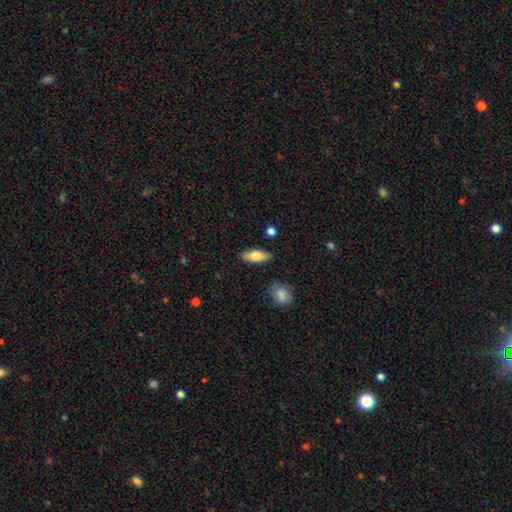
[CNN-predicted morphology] The model was most divided on "smooth or featured": smooth: 77%, featured or disk: 17%, star or artifact: 6%. More confident: merging — none (87%); how rounded — in between (81%).